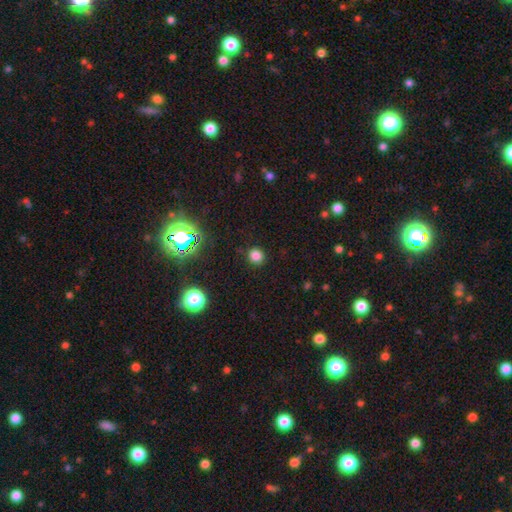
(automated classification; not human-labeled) Smooth or featured? smooth (78%)
How rounded? round (88%)
Merging? none (89%)